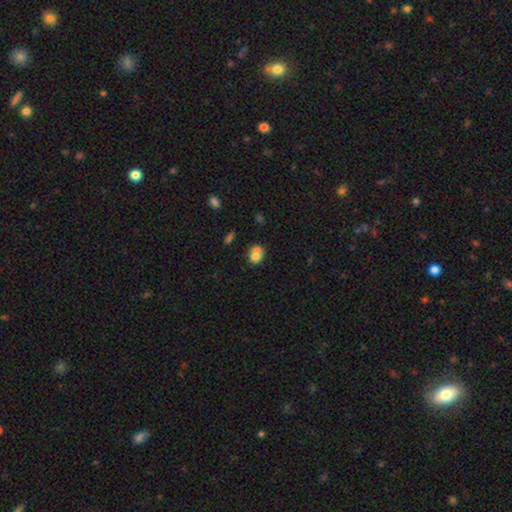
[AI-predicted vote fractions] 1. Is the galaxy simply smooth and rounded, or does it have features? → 73% smooth, 16% featured or disk, 11% star or artifact.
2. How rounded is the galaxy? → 62% round, 36% in between, 1% cigar-shaped.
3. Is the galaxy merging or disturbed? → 47% merger, 34% none, 13% minor disturbance, 6% major disturbance.